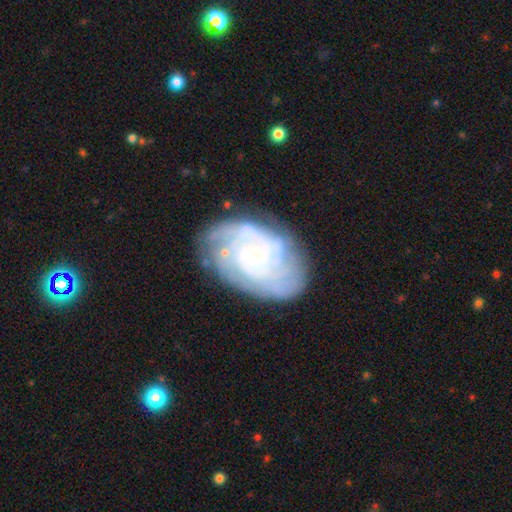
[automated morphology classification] type=featured or disk (82%); edge-on=no (97%); bar=no (77%); spiral arms=yes (93%); winding=tight (72%); arm count=can't tell (40%); bulge=small (81%); merging=none (74%).